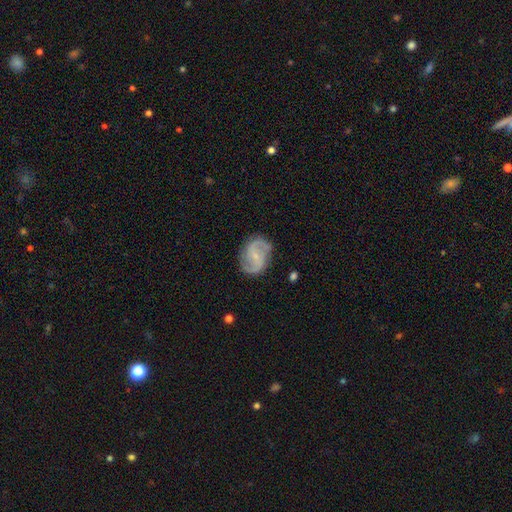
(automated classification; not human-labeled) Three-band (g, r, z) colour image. It shows a featured or disk galaxy (84%) with a weak bar (47%), 2 (92%) medium (49%) spiral arms (95%) and a small central bulge (69%). Merging: none (80%).